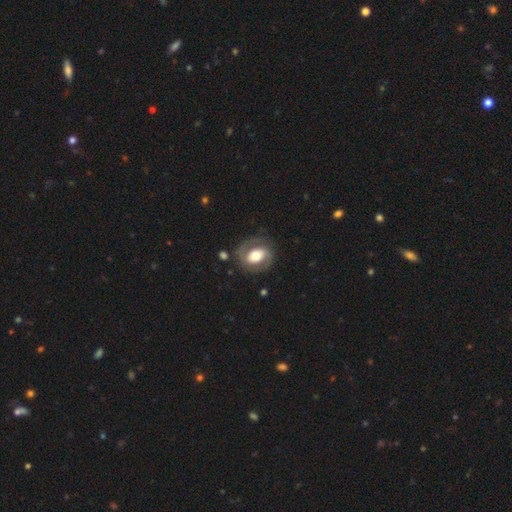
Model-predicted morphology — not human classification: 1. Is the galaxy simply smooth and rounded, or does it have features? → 68% featured or disk, 26% smooth, 6% star or artifact.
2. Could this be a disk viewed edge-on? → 97% no, 3% yes.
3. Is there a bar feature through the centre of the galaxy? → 38% no, 35% weak, 27% strong.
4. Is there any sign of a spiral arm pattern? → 77% yes, 23% no.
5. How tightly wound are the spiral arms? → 46% medium, 35% tight, 18% loose.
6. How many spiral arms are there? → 84% 2, 7% can't tell, 6% 1, 1% 3, 1% 4, 1% more than 4.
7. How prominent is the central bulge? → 55% moderate, 33% large, 8% small, 3% dominant, 1% none.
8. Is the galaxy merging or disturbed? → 75% none, 15% minor disturbance, 9% major disturbance, 2% merger.